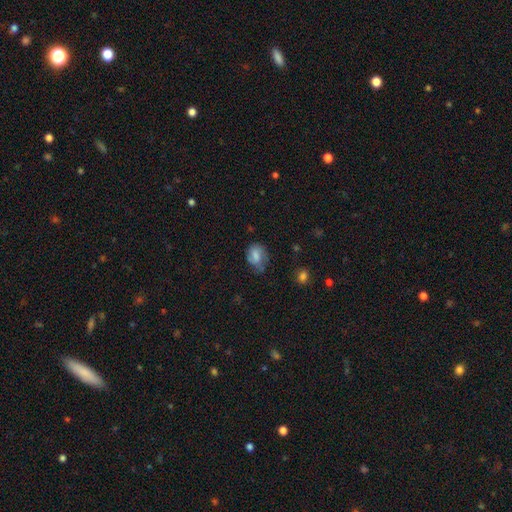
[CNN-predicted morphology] smooth-or-featured: smooth: 66% | featured or disk: 25% | star or artifact: 9%
  how-rounded: in between: 69% | round: 30% | cigar-shaped: 2%
  merging: none: 47% | minor disturbance: 35% | major disturbance: 16% | merger: 2%